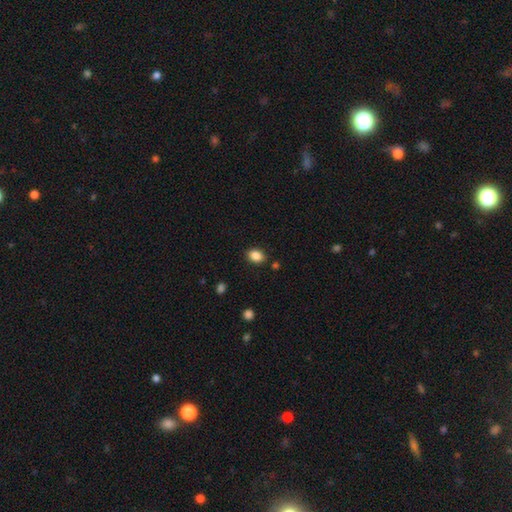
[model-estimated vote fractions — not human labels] Q: Smooth or featured?
A: smooth (86%); runner-up: star or artifact (9%)
Q: How rounded?
A: in between (67%); runner-up: round (32%)
Q: Merging?
A: none (86%); runner-up: minor disturbance (10%)